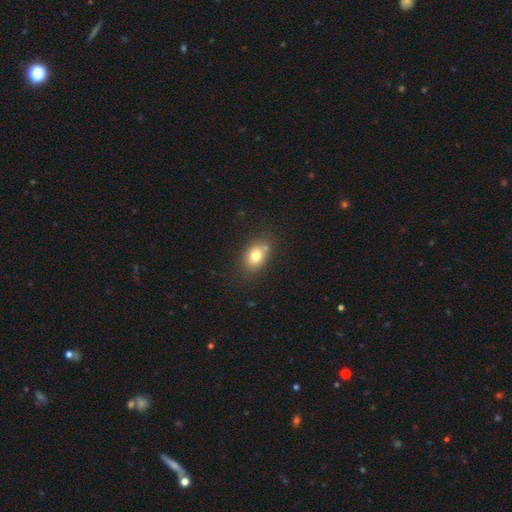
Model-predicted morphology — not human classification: Smooth or featured?
  - smooth: 77% *
  - featured or disk: 12%
  - star or artifact: 11%
How rounded?
  - in between: 69% *
  - round: 30%
  - cigar-shaped: 1%
Merging?
  - none: 70% *
  - minor disturbance: 15%
  - merger: 10%
  - major disturbance: 4%